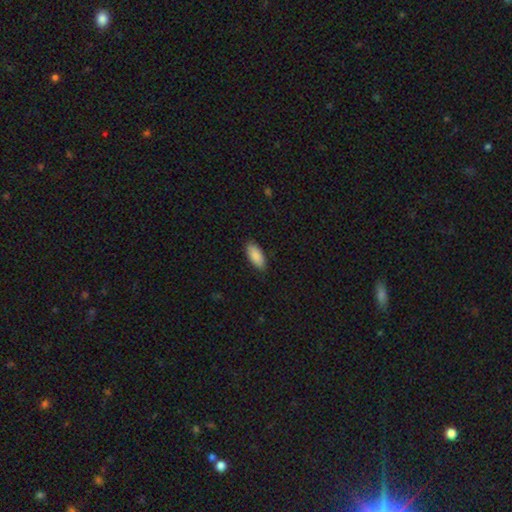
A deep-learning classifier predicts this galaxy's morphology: This is clearly a smooth galaxy (89%). How rounded: clearly in between (88%). Merging: clearly none (85%).